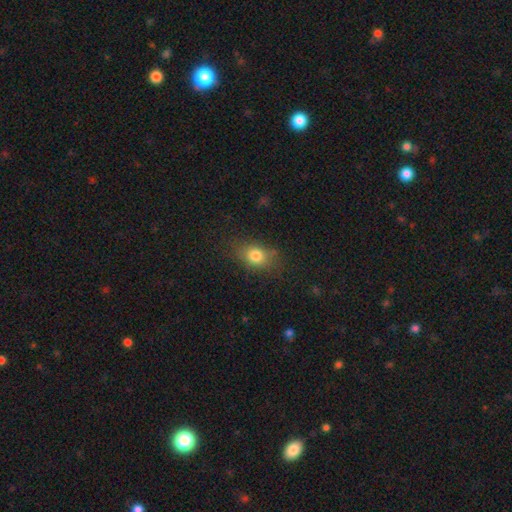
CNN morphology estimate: A smooth galaxy with no disk features (79%) that is in between round and cigar-shaped (63%). Merging: none (72%).